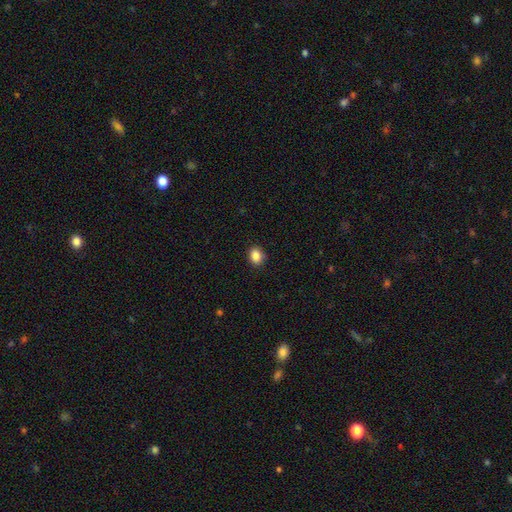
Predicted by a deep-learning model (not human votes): Smooth or featured? smooth (86%)
How rounded? in between (50%)
Merging? none (88%)